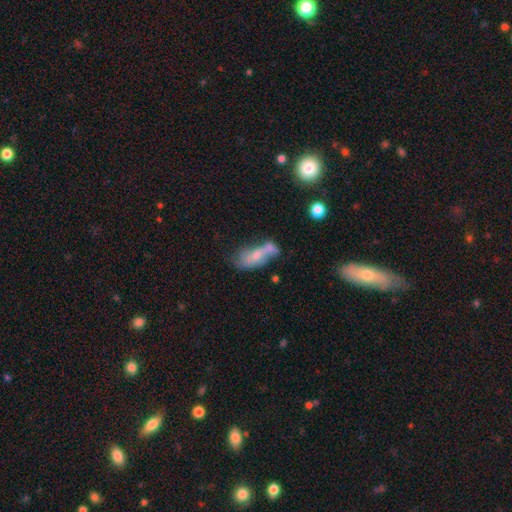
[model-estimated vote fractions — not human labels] Smooth or featured? Predicted: smooth (p=0.50). Merging? Predicted: merger (p=0.32).